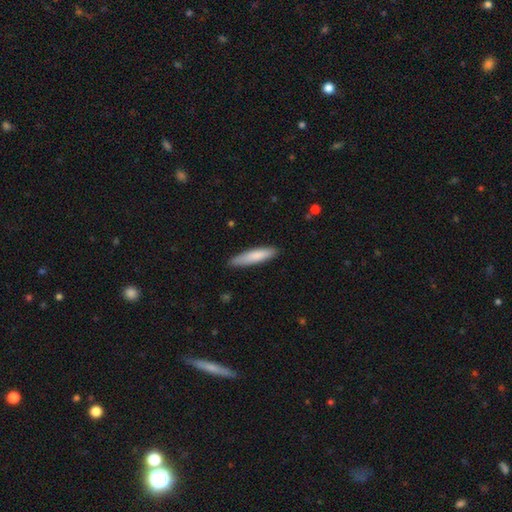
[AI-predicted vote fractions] The model was most divided on "how rounded": cigar-shaped: 83%, in between: 16%, round: 1%. More confident: merging — none (86%); smooth or featured — smooth (82%).